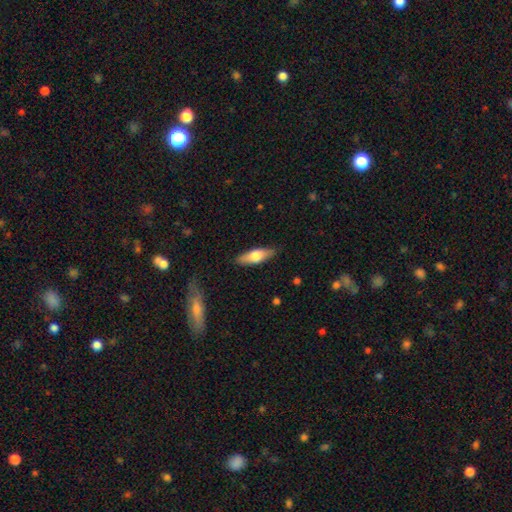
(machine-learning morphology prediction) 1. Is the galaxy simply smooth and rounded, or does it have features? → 57% smooth, 37% featured or disk, 6% star or artifact.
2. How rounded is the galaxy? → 53% in between, 44% cigar-shaped, 2% round.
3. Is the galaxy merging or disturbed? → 86% none, 11% minor disturbance, 2% major disturbance, 1% merger.